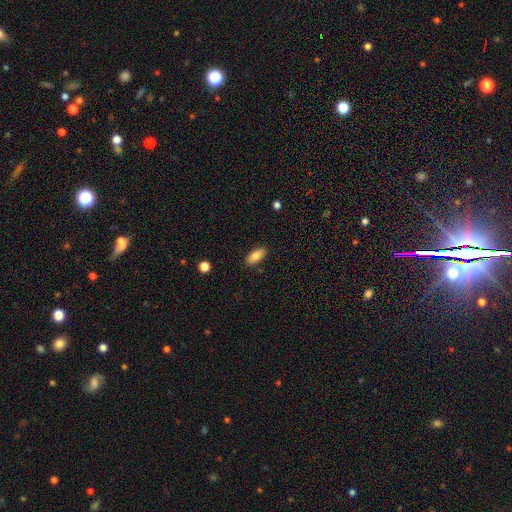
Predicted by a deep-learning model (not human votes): This appears to be a smooth galaxy with no disk features (81%) that is in between round and cigar-shaped (83%). Merging: none (88%).